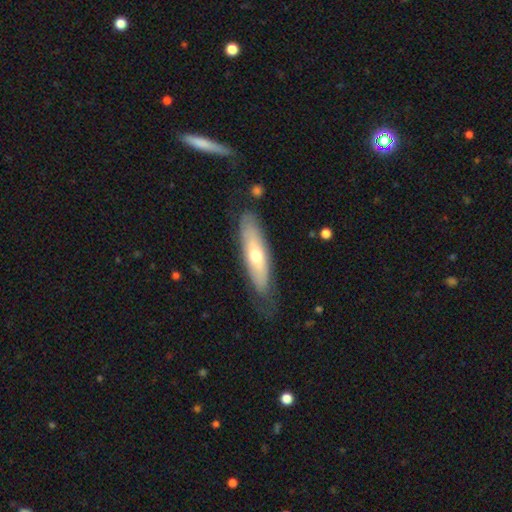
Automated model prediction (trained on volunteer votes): A smooth galaxy with no disk features (47%, tied with featured or disk).

Vote fractions:
- Smooth or featured? smooth: 47% (tied) / featured or disk: 47% (tied) / star or artifact: 6%
- Merging? none: 74% / minor disturbance: 19% / major disturbance: 5% / merger: 2%